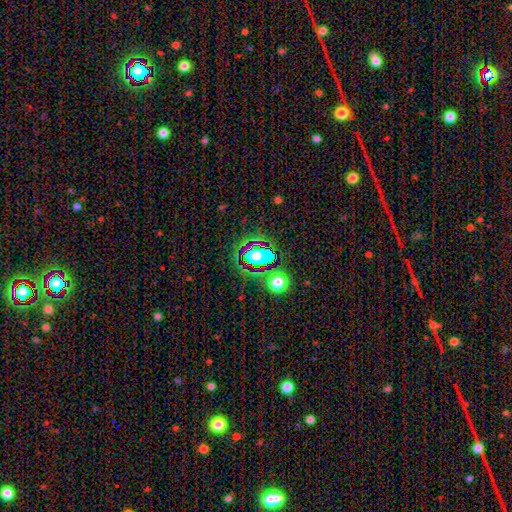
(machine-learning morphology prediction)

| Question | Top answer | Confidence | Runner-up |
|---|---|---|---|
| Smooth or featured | star or artifact | 52% | smooth (36%) |